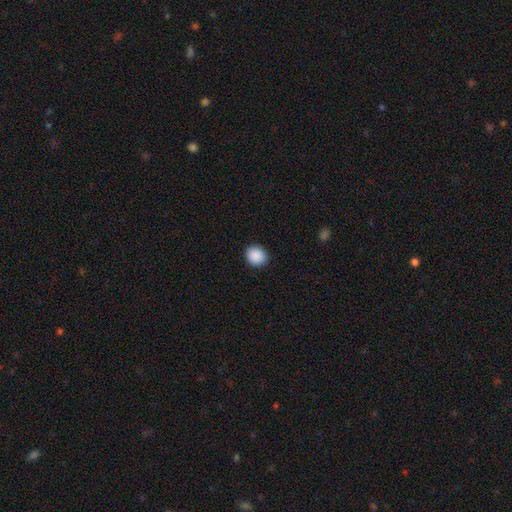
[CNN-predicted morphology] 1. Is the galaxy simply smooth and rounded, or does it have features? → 90% smooth, 8% star or artifact, 2% featured or disk.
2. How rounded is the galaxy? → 78% round, 21% in between, 1% cigar-shaped.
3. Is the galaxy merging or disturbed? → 91% none, 6% minor disturbance, 2% major disturbance, 1% merger.